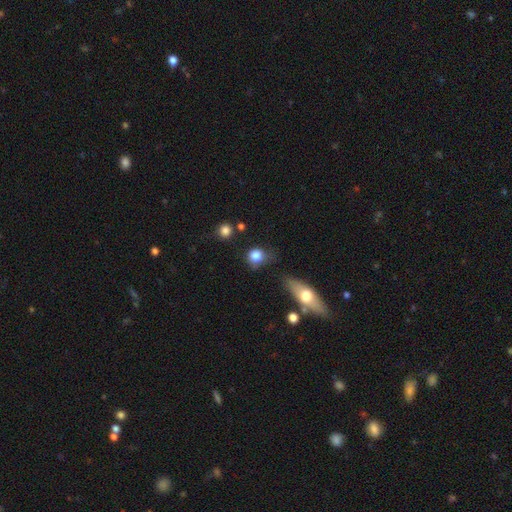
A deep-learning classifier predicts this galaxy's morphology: smooth-or-featured: smooth: 81% | star or artifact: 10% | featured or disk: 9%
  how-rounded: round: 75% | in between: 23% | cigar-shaped: 2%
  merging: none: 51% | minor disturbance: 29% | major disturbance: 12% | merger: 7%